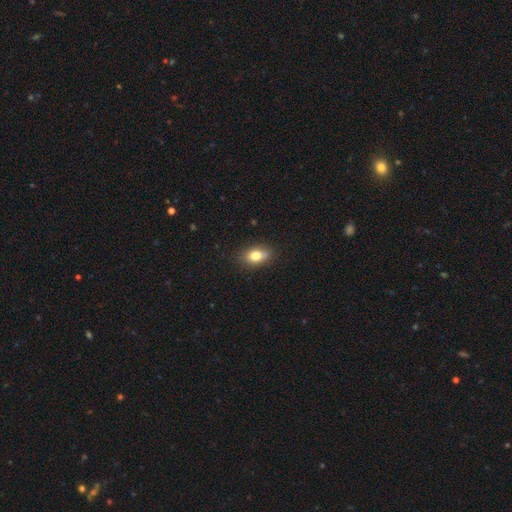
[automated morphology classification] Overall: smooth (78%). How rounded: in between (80%). Merging: none (82%).